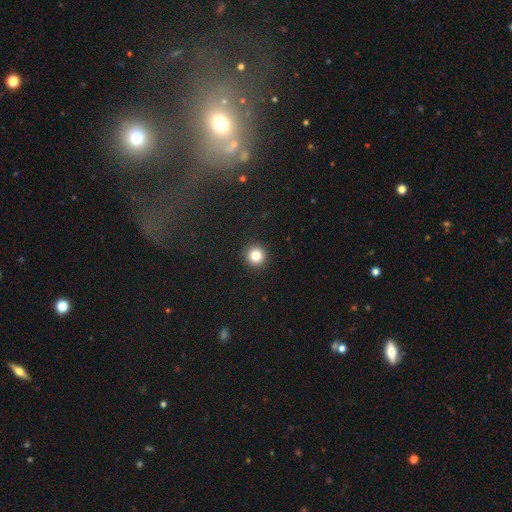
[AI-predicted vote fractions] Smooth or featured? Predicted: smooth (p=0.83). How rounded? Predicted: round (p=0.96). Merging? Predicted: none (p=0.93).